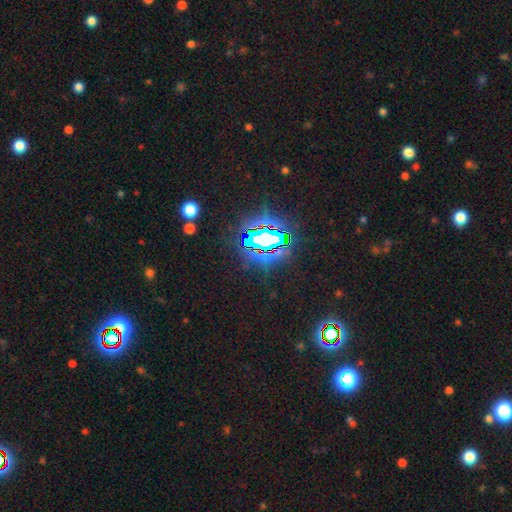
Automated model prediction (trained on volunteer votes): Smooth or featured: star or artifact — 83% (smooth — 10%)